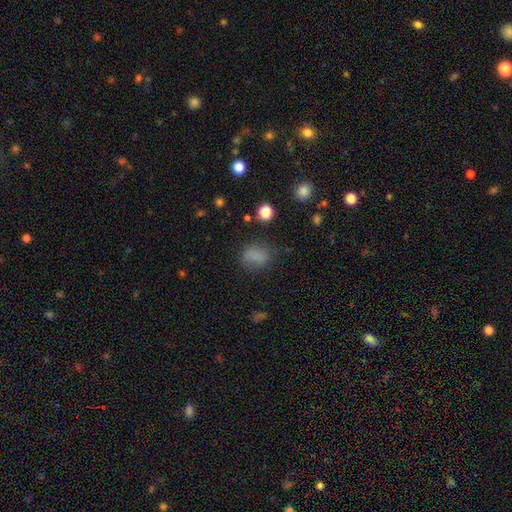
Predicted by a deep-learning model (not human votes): smooth 79%, star or artifact 14%, featured or disk 7%. Down the decision tree: how rounded — in between (60%); merging — none (71%).